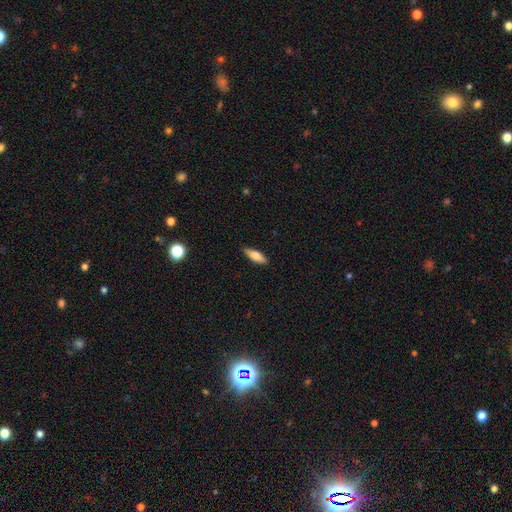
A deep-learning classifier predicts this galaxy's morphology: Smooth or featured: smooth — 73% (featured or disk — 21%)
How rounded: in between — 50% (cigar-shaped — 48%)
Merging: none — 85% (minor disturbance — 11%)